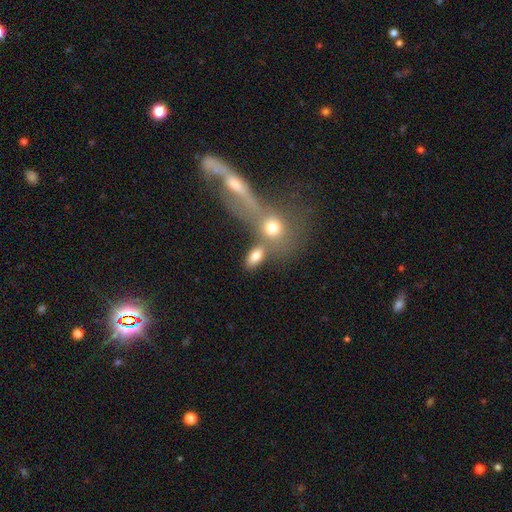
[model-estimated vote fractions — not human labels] Q: Smooth or featured?
A: smooth (77%); runner-up: featured or disk (14%)
Q: How rounded?
A: in between (79%); runner-up: round (14%)
Q: Merging?
A: none (55%); runner-up: merger (26%)